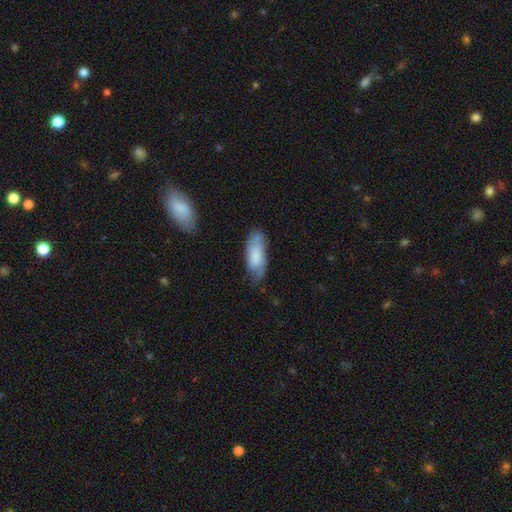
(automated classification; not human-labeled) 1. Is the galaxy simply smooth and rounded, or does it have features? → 67% smooth, 27% featured or disk, 6% star or artifact.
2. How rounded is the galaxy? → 79% in between, 19% cigar-shaped, 2% round.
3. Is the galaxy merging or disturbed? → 58% none, 30% minor disturbance, 9% major disturbance, 3% merger.